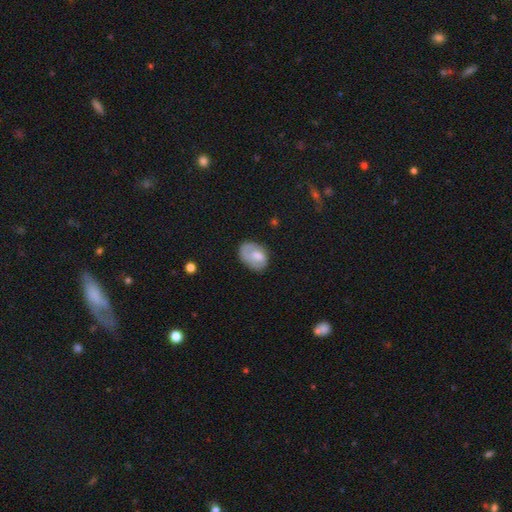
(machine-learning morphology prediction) smooth-or-featured: smooth: 64% | featured or disk: 28% | star or artifact: 7%
  how-rounded: in between: 80% | round: 19% | cigar-shaped: 1%
  merging: none: 52% | minor disturbance: 30% | major disturbance: 16% | merger: 2%